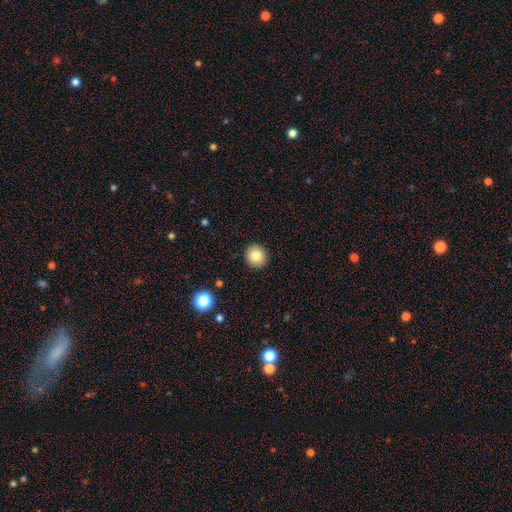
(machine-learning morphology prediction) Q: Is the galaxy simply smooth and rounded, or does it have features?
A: smooth — 83%.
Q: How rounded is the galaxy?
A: round — 91%.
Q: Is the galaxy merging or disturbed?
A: none — 92%.